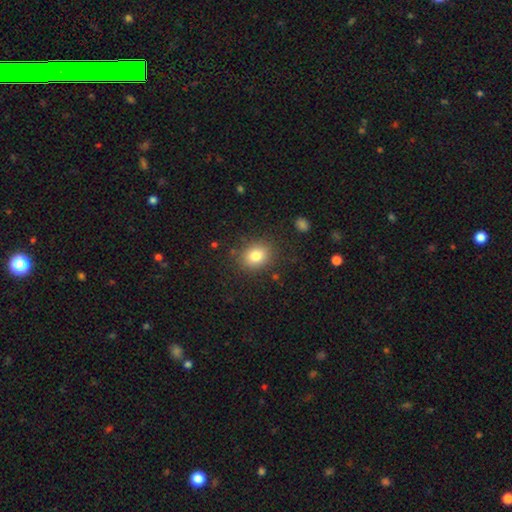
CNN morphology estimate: smooth 82%, star or artifact 11%, featured or disk 8%. Down the decision tree: how rounded — round (51%); merging — none (84%).